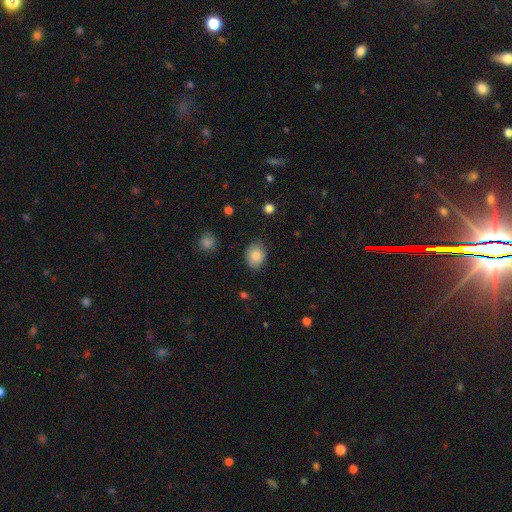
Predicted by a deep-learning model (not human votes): Morphology: type=smooth (81%); roundness=in between (55%); merging=none (84%).